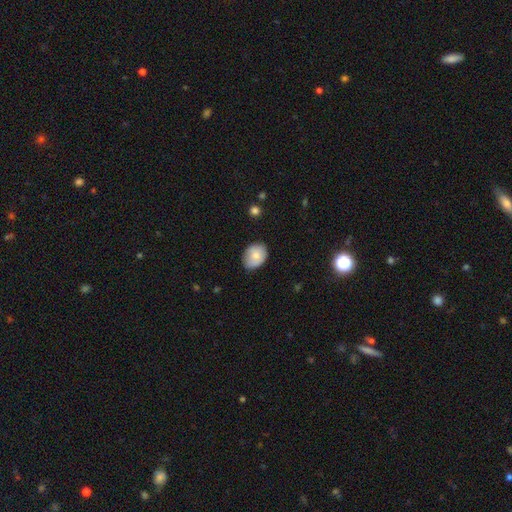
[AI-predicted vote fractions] smooth-or-featured: smooth: 77% | featured or disk: 16% | star or artifact: 7%
  how-rounded: in between: 64% | round: 35% | cigar-shaped: 1%
  merging: none: 71% | minor disturbance: 24% | major disturbance: 4% | merger: 1%